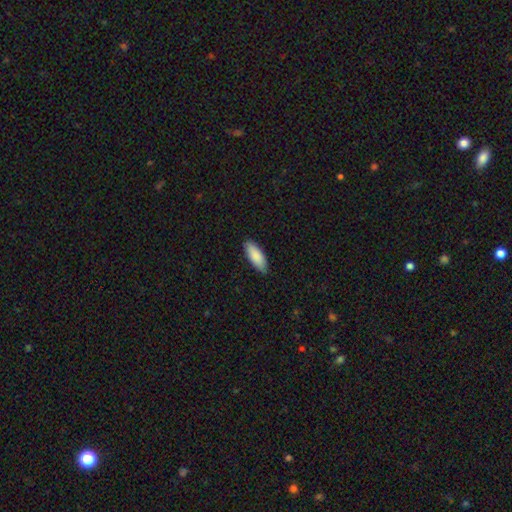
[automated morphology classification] smooth-or-featured: smooth: 88% | featured or disk: 7% | star or artifact: 5%
  how-rounded: in between: 76% | cigar-shaped: 23% | round: 2%
  merging: none: 87% | minor disturbance: 11% | major disturbance: 2% | merger: 1%